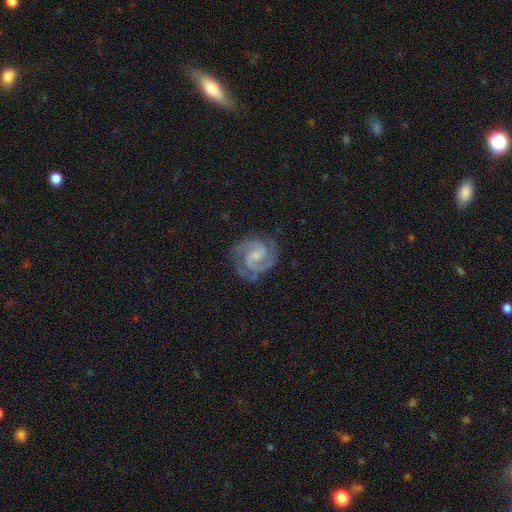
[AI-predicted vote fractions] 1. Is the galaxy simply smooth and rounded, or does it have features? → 90% featured or disk, 6% smooth, 5% star or artifact.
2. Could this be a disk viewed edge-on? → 98% no, 2% yes.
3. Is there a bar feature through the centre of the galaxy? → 46% weak, 43% no, 11% strong.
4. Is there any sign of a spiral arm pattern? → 98% yes, 2% no.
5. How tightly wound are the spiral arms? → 51% medium, 41% tight, 8% loose.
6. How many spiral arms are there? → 84% 2, 8% 3, 4% can't tell, 2% 1, 1% 4, 1% more than 4.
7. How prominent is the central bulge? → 58% small, 25% moderate, 14% none, 2% large, 1% dominant.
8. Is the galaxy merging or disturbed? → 76% none, 17% minor disturbance, 6% major disturbance, 1% merger.